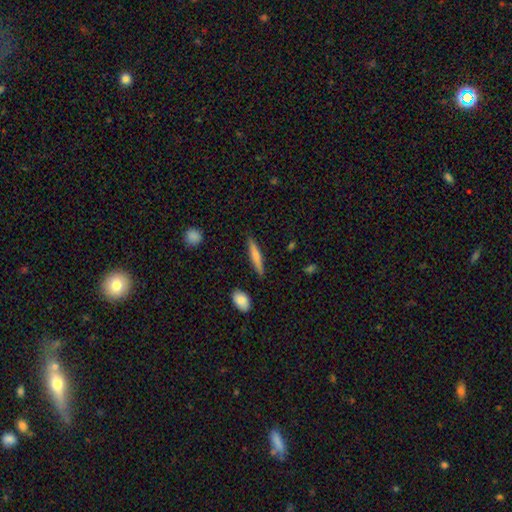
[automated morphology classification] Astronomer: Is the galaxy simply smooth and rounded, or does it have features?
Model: smooth — 69%.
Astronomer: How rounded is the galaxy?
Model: cigar-shaped — 89%.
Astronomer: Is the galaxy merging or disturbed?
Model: none — 87%.